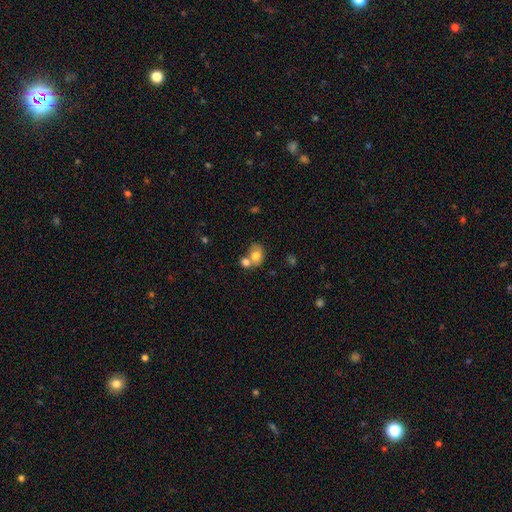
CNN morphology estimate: Smooth or featured? Predicted: smooth (p=0.74). How rounded? Predicted: in between (p=0.53). Merging? Predicted: merger (p=0.49).